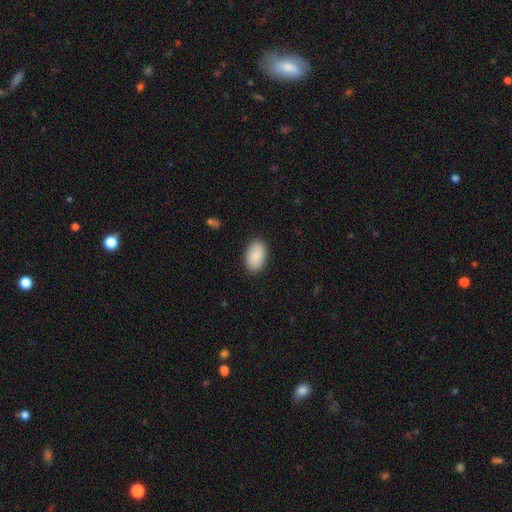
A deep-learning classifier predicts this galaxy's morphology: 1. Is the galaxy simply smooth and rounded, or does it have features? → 88% smooth, 6% featured or disk, 6% star or artifact.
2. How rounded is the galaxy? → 92% in between, 7% round, 1% cigar-shaped.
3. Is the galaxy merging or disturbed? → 88% none, 9% minor disturbance, 2% major disturbance, 1% merger.